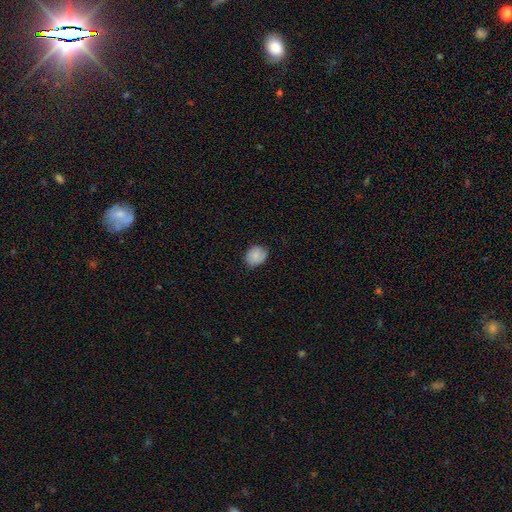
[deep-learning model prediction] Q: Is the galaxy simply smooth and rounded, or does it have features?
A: smooth — 82%.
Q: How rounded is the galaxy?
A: round — 65%.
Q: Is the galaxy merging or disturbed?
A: none — 79%.